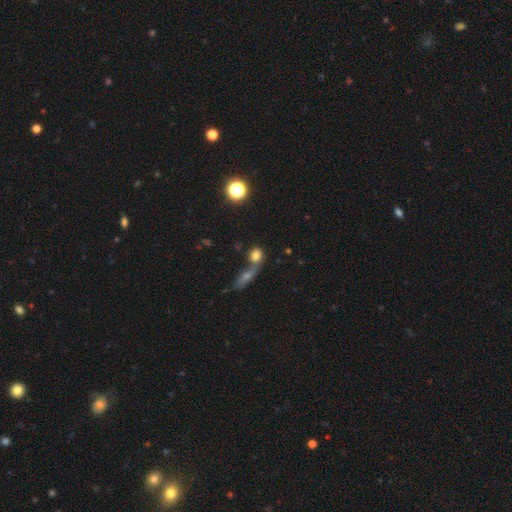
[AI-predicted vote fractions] Smooth or featured?
  - smooth: 74% *
  - star or artifact: 15%
  - featured or disk: 11%
How rounded?
  - round: 55% *
  - in between: 40%
  - cigar-shaped: 5%
Merging?
  - merger: 48% *
  - none: 37%
  - minor disturbance: 9%
  - major disturbance: 6%